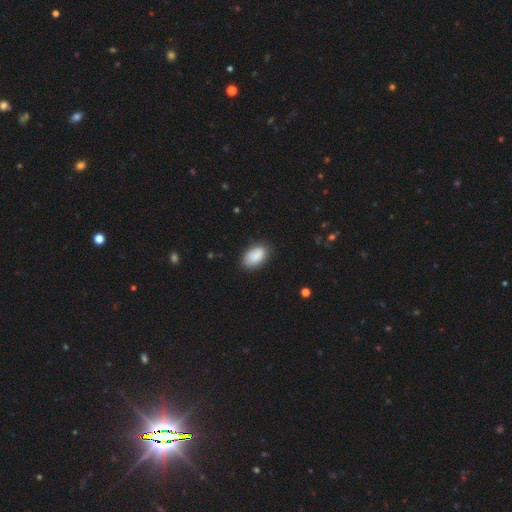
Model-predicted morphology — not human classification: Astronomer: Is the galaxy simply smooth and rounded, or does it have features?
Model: smooth — 88%.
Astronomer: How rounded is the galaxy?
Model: in between — 92%.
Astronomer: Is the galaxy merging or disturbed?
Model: none — 80%.